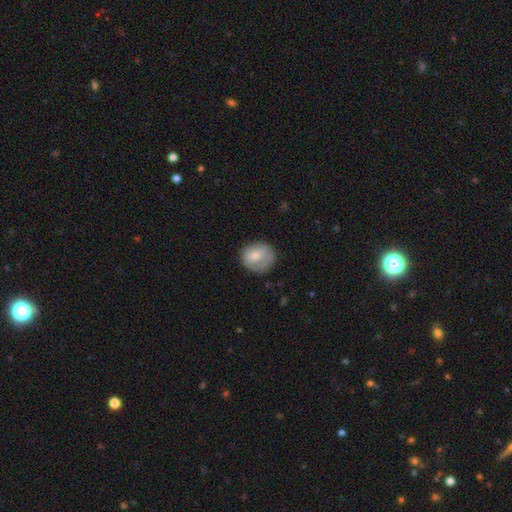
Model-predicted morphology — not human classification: The model was most divided on "merging": none: 67%, minor disturbance: 23%, major disturbance: 9%, merger: 1%. More confident: how rounded — round (76%); smooth or featured — smooth (70%).